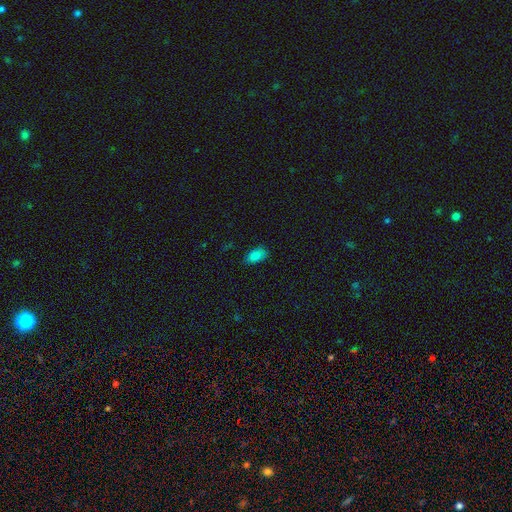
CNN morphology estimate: Smooth or featured? smooth (84%)
How rounded? in between (92%)
Merging? none (79%)